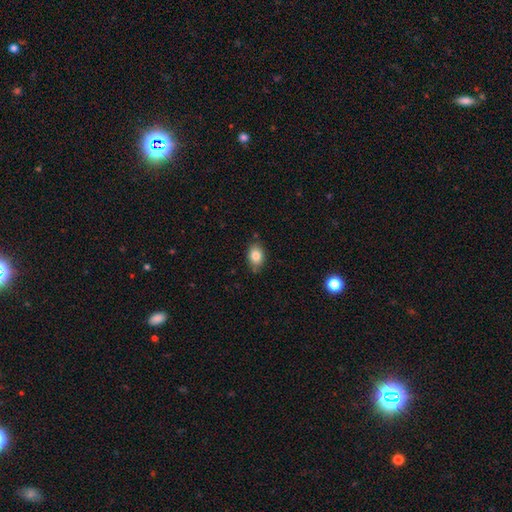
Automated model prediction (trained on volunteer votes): This appears to be a smooth galaxy with no disk features (84%) that is in between round and cigar-shaped (80%). Merging: none (79%).